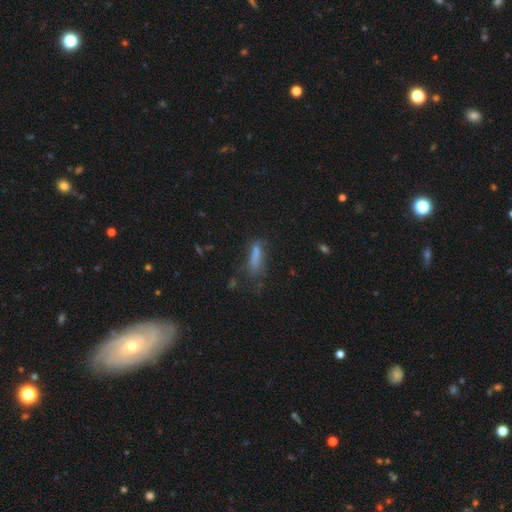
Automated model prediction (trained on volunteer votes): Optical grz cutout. It shows a smooth galaxy with no disk features (69%) that is cigar-shaped (65%). Merging: none (46%).